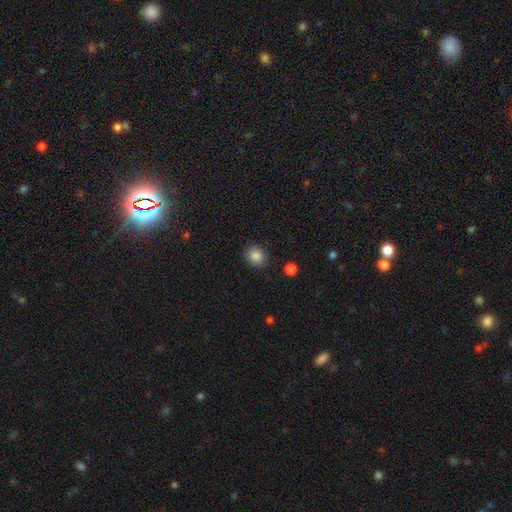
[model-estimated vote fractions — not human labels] Smooth or featured: smooth — 87% (star or artifact — 9%)
How rounded: round — 68% (in between — 31%)
Merging: none — 87% (minor disturbance — 9%)